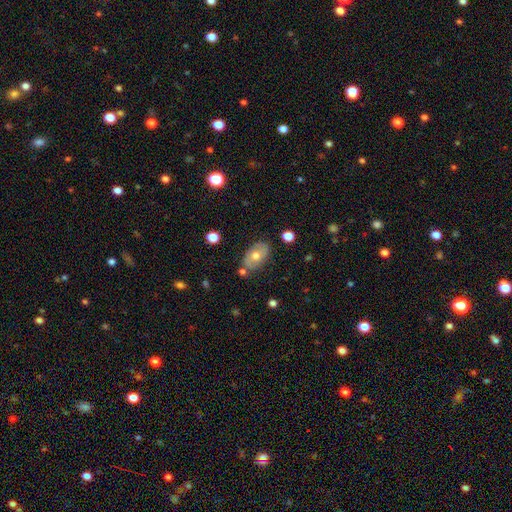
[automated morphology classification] Smooth or featured?
  - smooth: 56% *
  - featured or disk: 35%
  - star or artifact: 8%
How rounded?
  - in between: 89% *
  - round: 9%
  - cigar-shaped: 2%
Merging?
  - none: 75% *
  - minor disturbance: 16%
  - merger: 6%
  - major disturbance: 4%